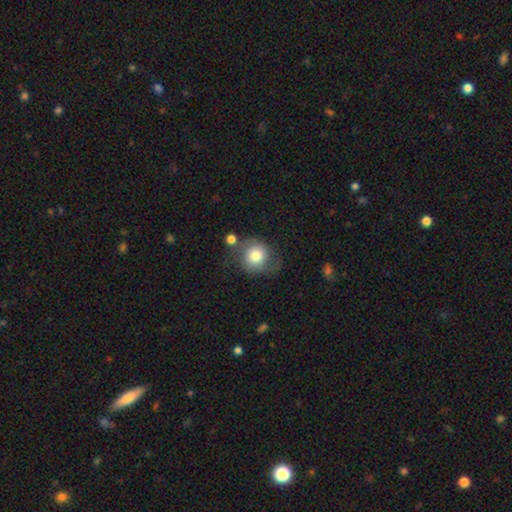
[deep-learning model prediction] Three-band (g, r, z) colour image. It shows a smooth galaxy with no disk features (63%) that is round (82%). Merging: none (54%).